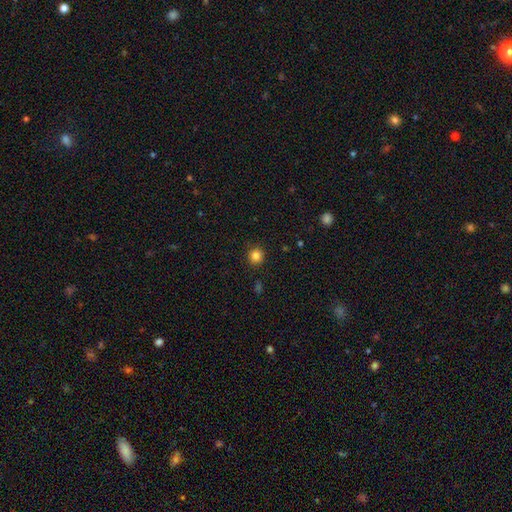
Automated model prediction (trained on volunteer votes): Smooth or featured: smooth — 84% (star or artifact — 12%)
How rounded: round — 92% (in between — 8%)
Merging: none — 91% (minor disturbance — 6%)